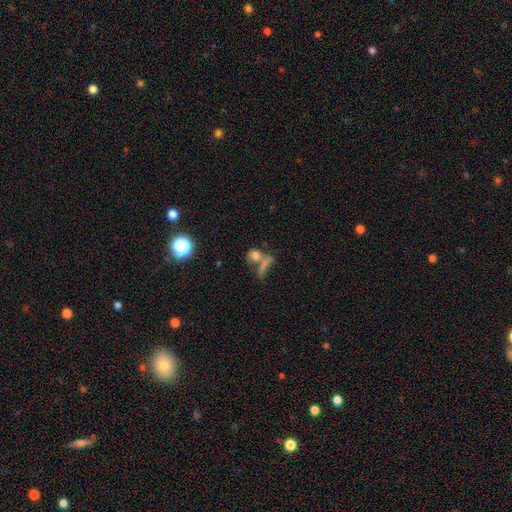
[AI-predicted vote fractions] Smooth or featured?
  - smooth: 69% *
  - featured or disk: 15%
  - star or artifact: 15%
How rounded?
  - round: 59% *
  - in between: 32%
  - cigar-shaped: 9%
Merging?
  - merger: 42% *
  - none: 38%
  - minor disturbance: 10%
  - major disturbance: 10%